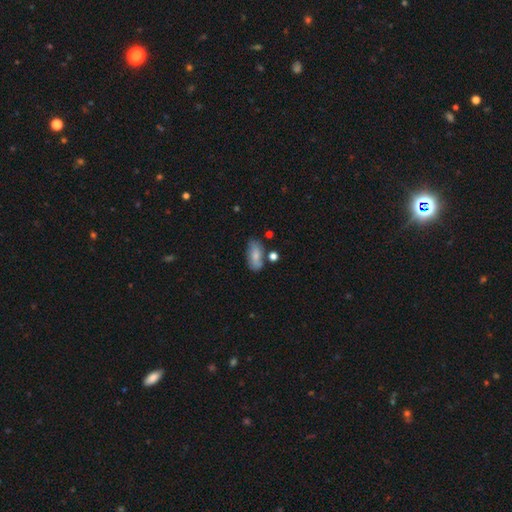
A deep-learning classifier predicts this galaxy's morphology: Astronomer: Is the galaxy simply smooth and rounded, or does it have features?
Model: smooth — 73%.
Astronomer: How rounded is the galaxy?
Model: in between — 86%.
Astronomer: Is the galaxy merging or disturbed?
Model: none — 62%.